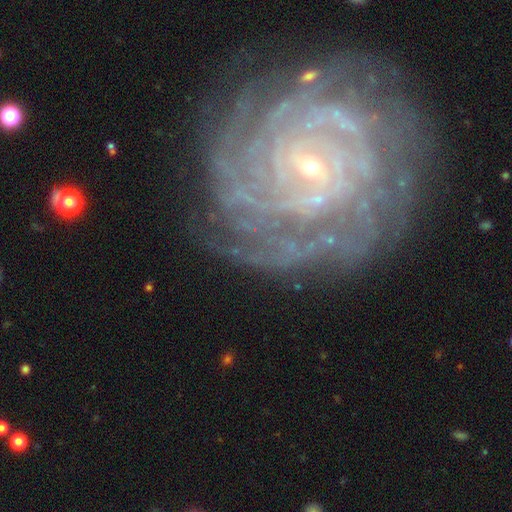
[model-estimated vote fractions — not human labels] This is clearly a featured or disk galaxy (89%). It is clearly not viewed edge-on (97%). Bar: possibly no (47%). Spiral arm pattern: clearly yes (97%). Spiral arm count: marginally can't tell (27%). Spiral winding: clearly tight (83%). Central bulge: clearly small (84%). Merging: likely none (76%).